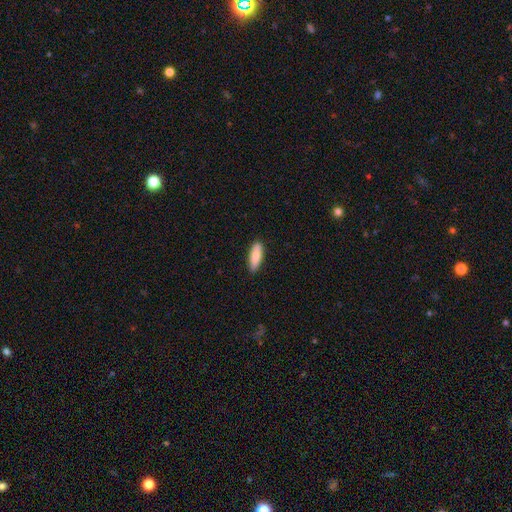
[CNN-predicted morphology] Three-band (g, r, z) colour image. It shows a smooth galaxy with no disk features (81%) that is in between round and cigar-shaped (52%). Merging: none (86%).